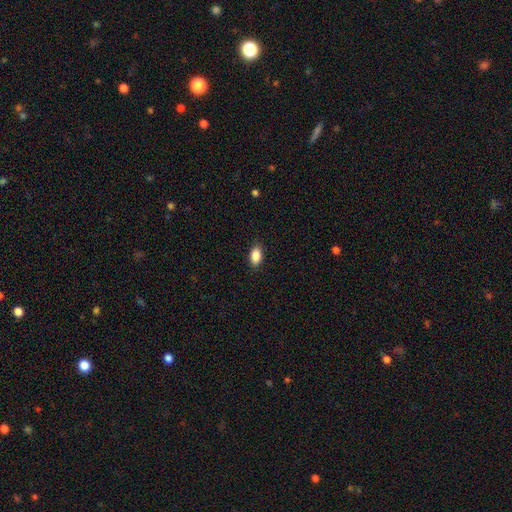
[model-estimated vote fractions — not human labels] A smooth galaxy with no disk features (88%) that is in between round and cigar-shaped (91%).

Vote fractions:
- Smooth or featured? smooth: 88% / star or artifact: 8% / featured or disk: 4%
- How rounded? in between: 91% / round: 6% / cigar-shaped: 3%
- Merging? none: 88% / minor disturbance: 9% / major disturbance: 2% / merger: 1%